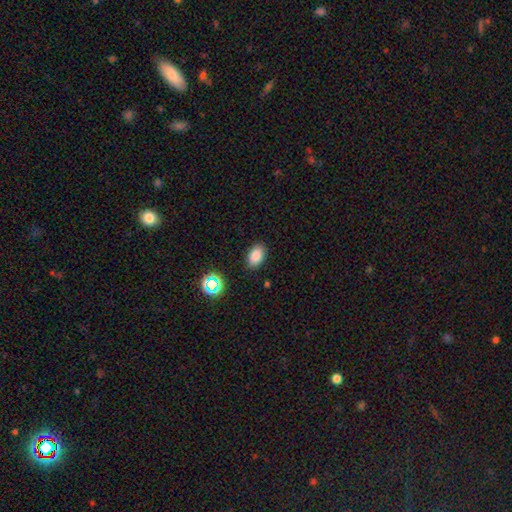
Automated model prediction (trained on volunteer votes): Q: Smooth or featured?
A: smooth (81%); runner-up: star or artifact (12%)
Q: How rounded?
A: in between (87%); runner-up: round (11%)
Q: Merging?
A: none (86%); runner-up: minor disturbance (9%)